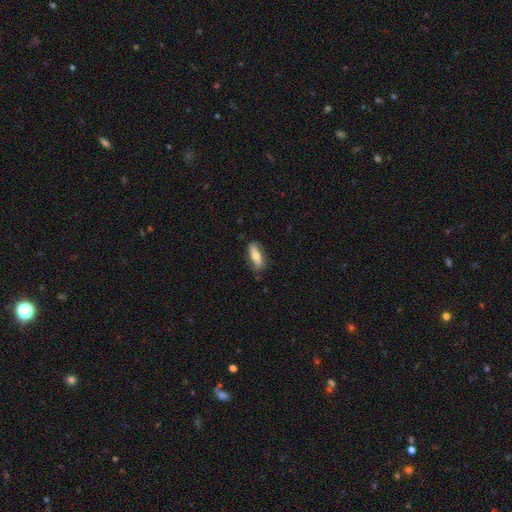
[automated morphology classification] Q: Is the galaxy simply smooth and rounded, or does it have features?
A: smooth — 60%.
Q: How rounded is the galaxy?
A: in between — 67%.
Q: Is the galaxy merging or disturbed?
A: none — 76%.